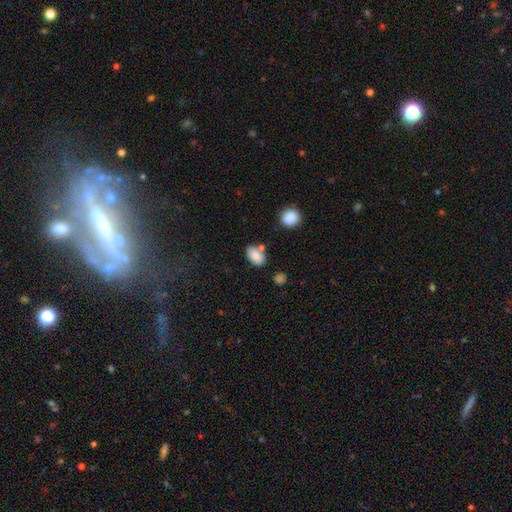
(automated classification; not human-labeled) A smooth galaxy with no disk features (86%) that is in between round and cigar-shaped (88%).

Vote fractions:
- Smooth or featured? smooth: 86% / star or artifact: 8% / featured or disk: 6%
- How rounded? in between: 88% / round: 10% / cigar-shaped: 2%
- Merging? none: 70% / minor disturbance: 15% / merger: 11% / major disturbance: 4%